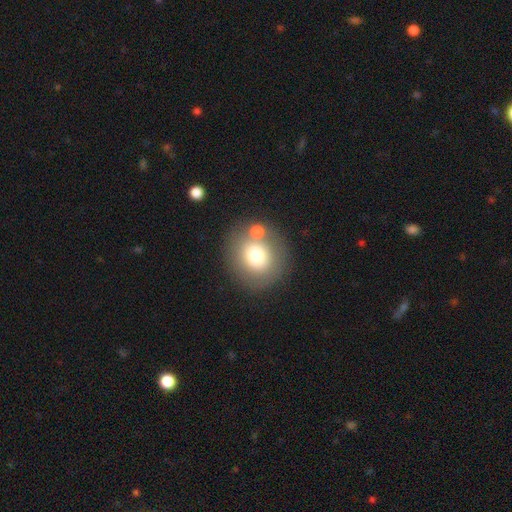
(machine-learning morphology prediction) A smooth galaxy with no disk features (74%) that is round (84%).

Vote fractions:
- Smooth or featured? smooth: 74% / featured or disk: 15% / star or artifact: 11%
- How rounded? round: 84% / in between: 15% / cigar-shaped: 1%
- Merging? none: 73% / merger: 13% / minor disturbance: 10% / major disturbance: 4%